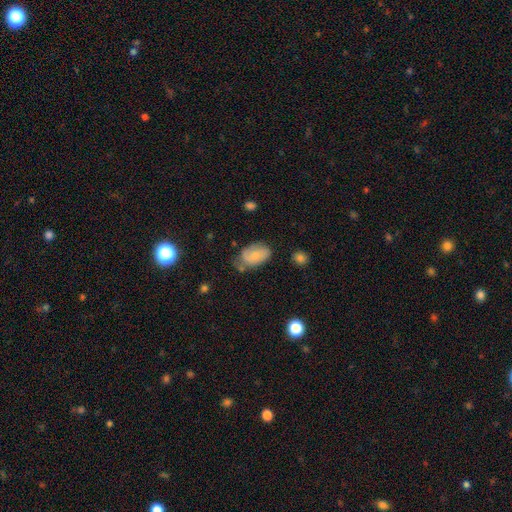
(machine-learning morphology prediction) The model was most divided on "merging": none: 49%, minor disturbance: 33%, major disturbance: 12%, merger: 6%. More confident: how rounded — in between (89%); smooth or featured — smooth (69%).